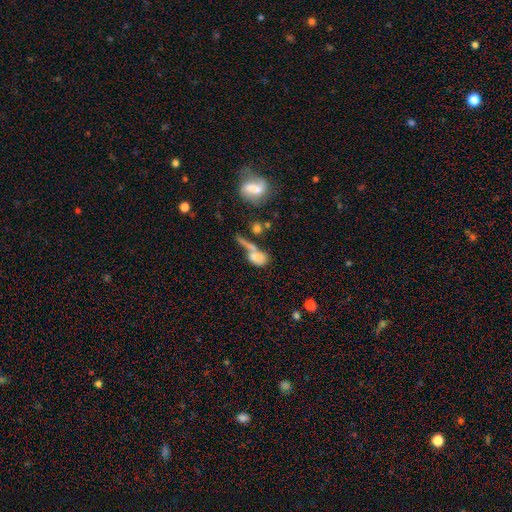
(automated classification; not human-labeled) Smooth or featured? Predicted: smooth (p=0.66). How rounded? Predicted: in between (p=0.70). Merging? Predicted: merger (p=0.45).